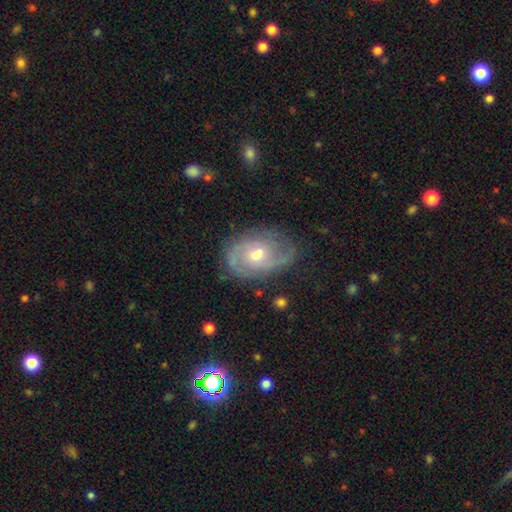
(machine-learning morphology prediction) Smooth or featured?
  - featured or disk: 77% *
  - smooth: 17%
  - star or artifact: 7%
Edge-on disk?
  - no: 96% *
  - yes: 4%
Bar?
  - no: 60% *
  - weak: 34%
  - strong: 6%
Spiral arms?
  - yes: 91% *
  - no: 9%
Spiral winding?
  - medium: 43% *
  - tight: 40%
  - loose: 17%
Spiral arm count?
  - 2: 63% *
  - can't tell: 19%
  - 3: 8%
  - 1: 5%
  - 4: 2%
  - more than 4: 2%
Bulge size?
  - moderate: 58% *
  - small: 38%
  - large: 3%
  - none: 1%
  - dominant: 1%
Merging?
  - none: 72% *
  - minor disturbance: 19%
  - major disturbance: 7%
  - merger: 2%